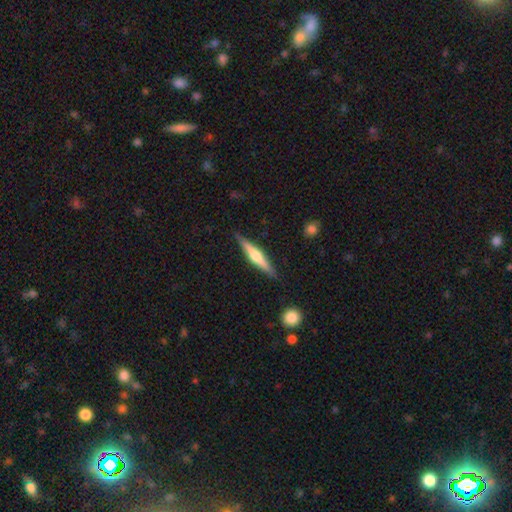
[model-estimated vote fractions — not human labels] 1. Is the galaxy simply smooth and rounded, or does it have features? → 66% featured or disk, 28% smooth, 5% star or artifact.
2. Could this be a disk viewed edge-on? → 97% yes, 3% no.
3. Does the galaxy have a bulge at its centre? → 87% rounded, 7% boxy, 5% none.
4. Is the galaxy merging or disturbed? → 88% none, 9% minor disturbance, 2% major disturbance, 1% merger.